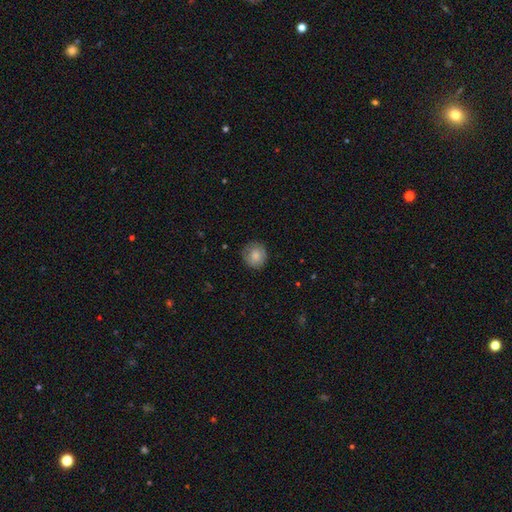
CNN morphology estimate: Smooth or featured? smooth (78%)
How rounded? round (89%)
Merging? none (81%)